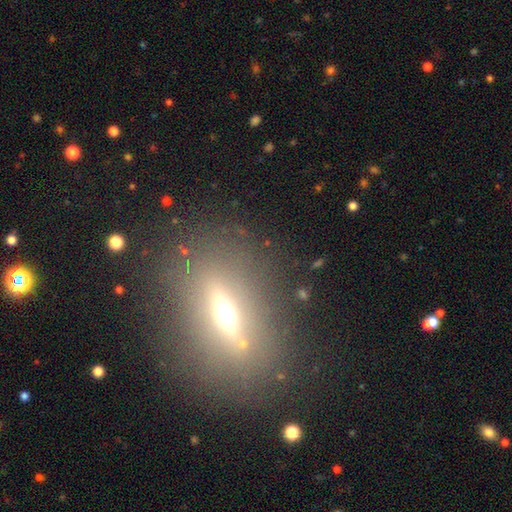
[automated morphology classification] Smooth or featured? featured or disk (57%)
Edge-on disk? yes (72%)
Merging? none (83%)